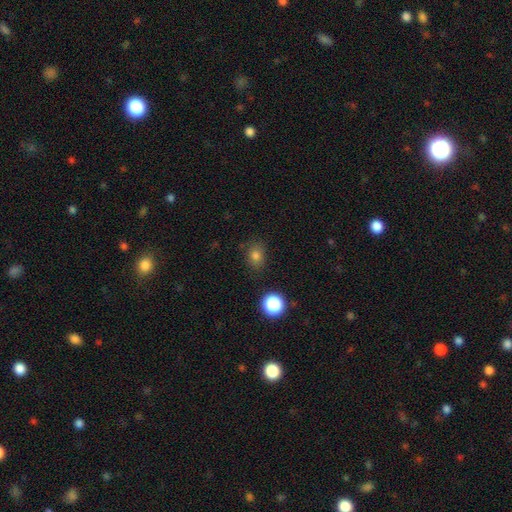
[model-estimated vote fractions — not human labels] smooth_or_featured: smooth (p=0.77) [alt: star or artifact p=0.16]
how_rounded: round (p=0.51) [alt: in between p=0.48]
merging: none (p=0.81) [alt: minor disturbance p=0.13]